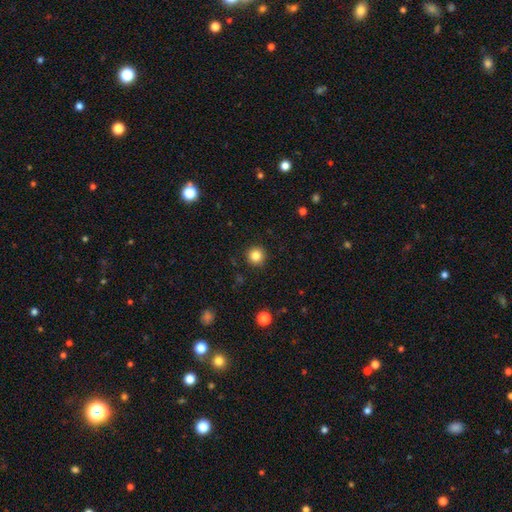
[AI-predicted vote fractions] Smooth or featured? Predicted: smooth (p=0.84). How rounded? Predicted: round (p=0.96). Merging? Predicted: none (p=0.92).